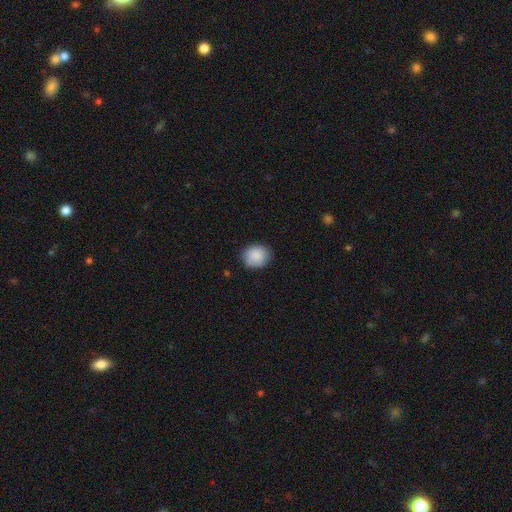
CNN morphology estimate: smooth 89%, star or artifact 7%, featured or disk 4%. Down the decision tree: how rounded — round (68%); merging — none (85%).